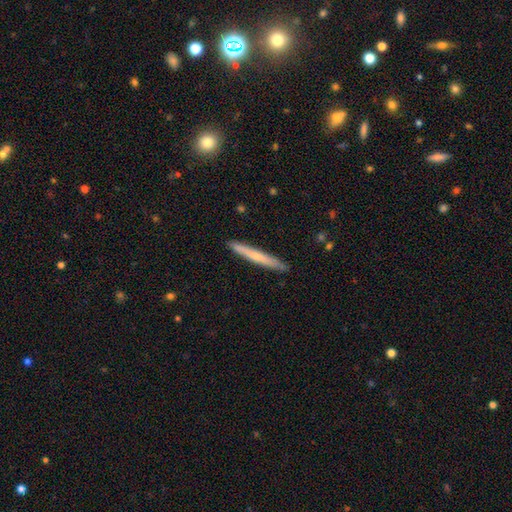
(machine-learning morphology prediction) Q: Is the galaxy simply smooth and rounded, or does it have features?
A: smooth — 56%.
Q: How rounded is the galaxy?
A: cigar-shaped — 97%.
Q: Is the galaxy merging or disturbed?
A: none — 90%.